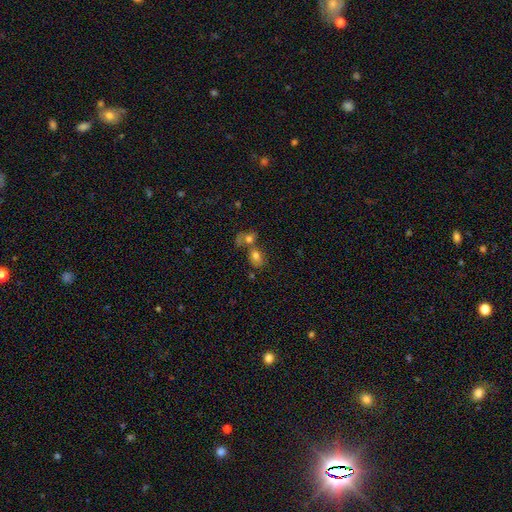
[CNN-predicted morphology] Smooth or featured? smooth (74%)
How rounded? in between (63%)
Merging? merger (50%)